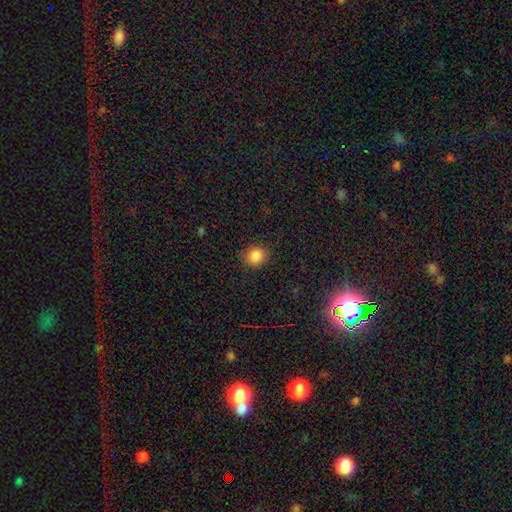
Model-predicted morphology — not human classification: Q: Smooth or featured?
A: smooth (86%); runner-up: star or artifact (10%)
Q: How rounded?
A: round (82%); runner-up: in between (17%)
Q: Merging?
A: none (85%); runner-up: minor disturbance (11%)